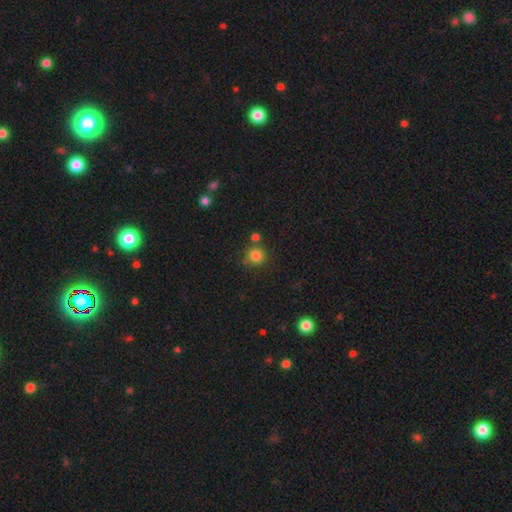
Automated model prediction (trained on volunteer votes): A smooth galaxy with no disk features (82%) that is round (90%). Merging: none (73%).